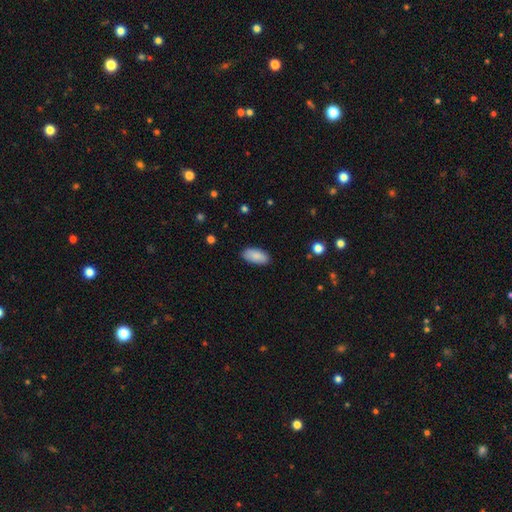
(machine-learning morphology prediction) Smooth or featured? Predicted: smooth (p=0.87). How rounded? Predicted: in between (p=0.92). Merging? Predicted: none (p=0.87).